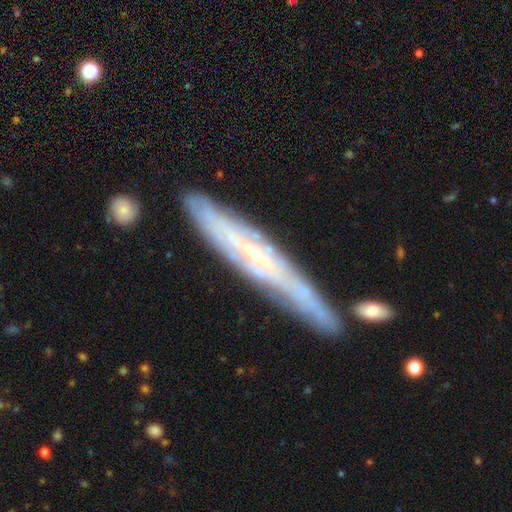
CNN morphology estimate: Overall: featured or disk (78%). Edge-on disk: yes (72%). Edge-on bulge: rounded (55%; none 41%). Merging: none (75%).